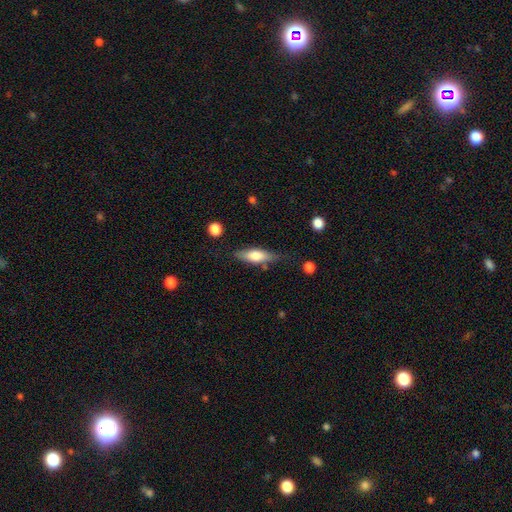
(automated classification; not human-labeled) This appears to be a smooth galaxy with no disk features (61%) that is in between round and cigar-shaped (52%). Merging: none (72%).